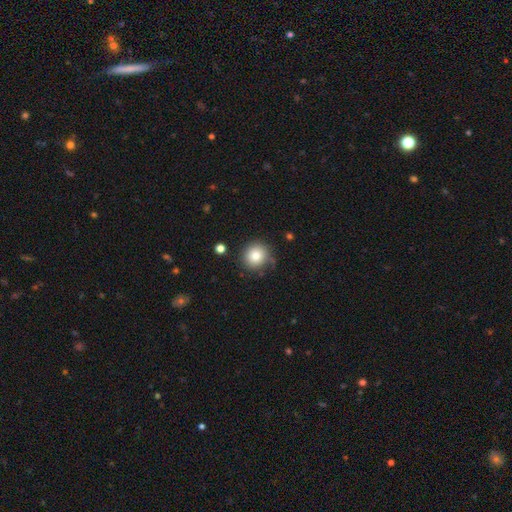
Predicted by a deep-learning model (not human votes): This is likely a smooth galaxy (78%). How rounded: clearly round (92%). Merging: likely none (78%).